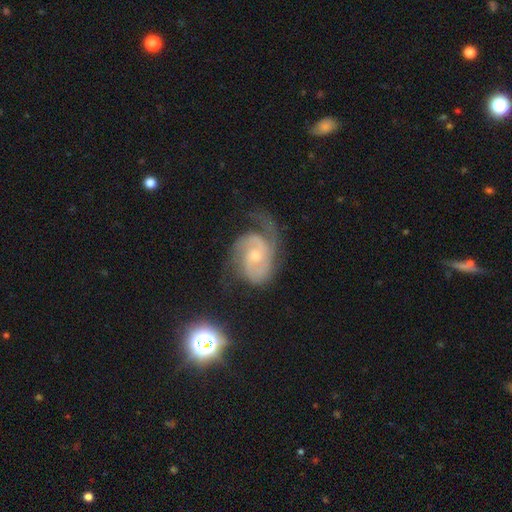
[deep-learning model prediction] A featured or disk galaxy (86%) with no bar (60%), 2 (60%) medium (45%) spiral arms (96%) and a small central bulge (49%). Merging: none (49%).